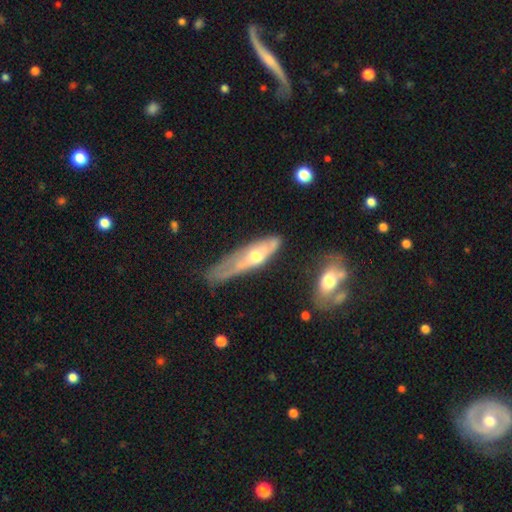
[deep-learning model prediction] This is possibly a featured or disk galaxy (59%). It is possibly viewed edge-on (52%). Merging: marginally none (42%).